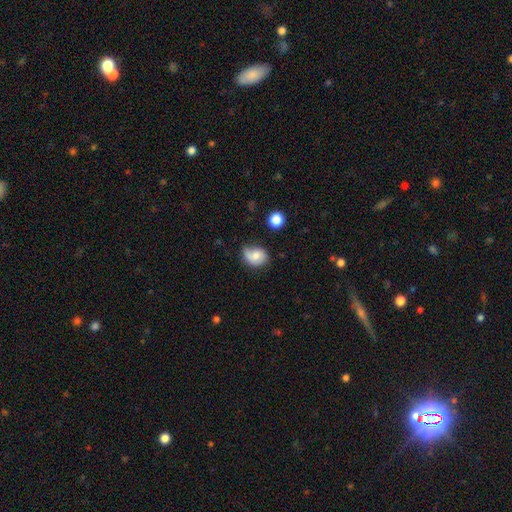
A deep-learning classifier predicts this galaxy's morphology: smooth_or_featured: smooth (p=0.60) [alt: featured or disk p=0.31]
how_rounded: in between (p=0.50) [alt: round p=0.49]
merging: none (p=0.48) [alt: minor disturbance p=0.34]